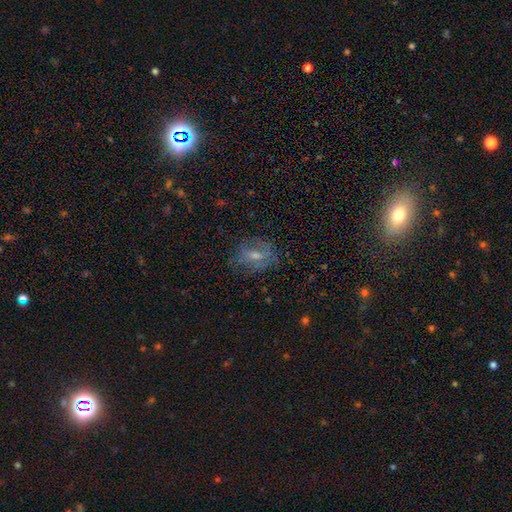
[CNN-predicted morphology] A smooth galaxy with no disk features (46%). Merging: none (66%).